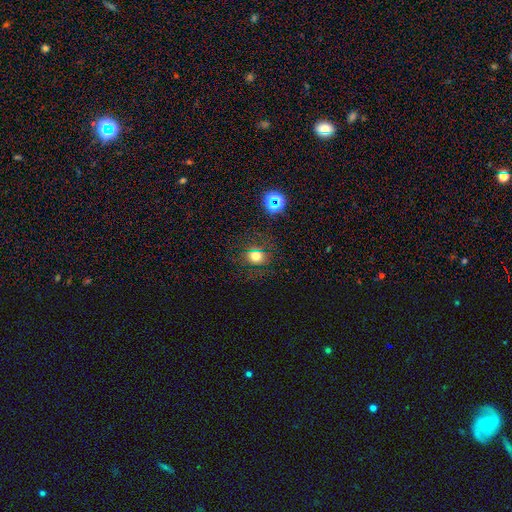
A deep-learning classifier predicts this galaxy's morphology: The model was most divided on "smooth or featured": smooth: 67%, star or artifact: 24%, featured or disk: 10%. More confident: how rounded — round (83%); merging — none (82%).